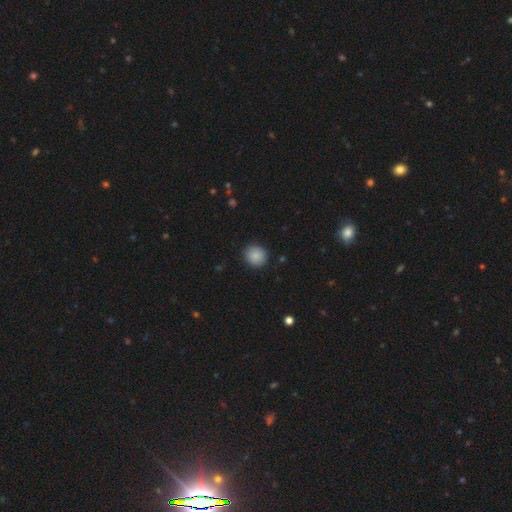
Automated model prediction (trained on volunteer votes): A smooth galaxy with no disk features (88%) that is round (88%).

Vote fractions:
- Smooth or featured? smooth: 88% / star or artifact: 8% / featured or disk: 4%
- How rounded? round: 88% / in between: 11% / cigar-shaped: 1%
- Merging? none: 90% / minor disturbance: 7% / major disturbance: 2% / merger: 1%